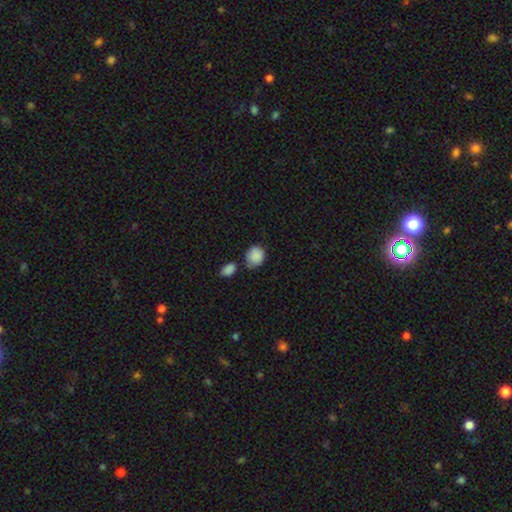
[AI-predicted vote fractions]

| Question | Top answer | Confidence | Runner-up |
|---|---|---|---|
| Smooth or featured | smooth | 88% | star or artifact (8%) |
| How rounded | round | 67% | in between (31%) |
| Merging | none | 57% | minor disturbance (21%) |